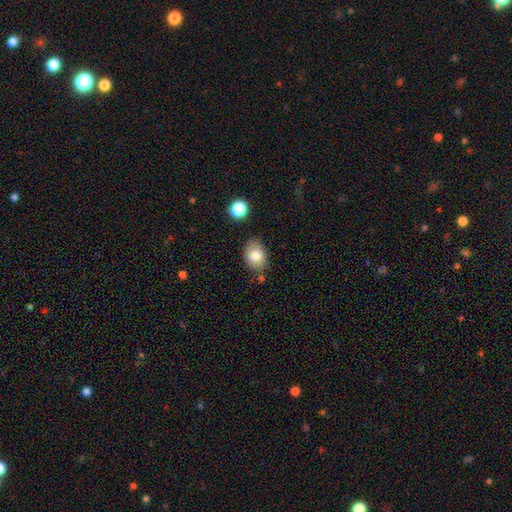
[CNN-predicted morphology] Smooth or featured? smooth (81%)
How rounded? in between (73%)
Merging? none (73%)